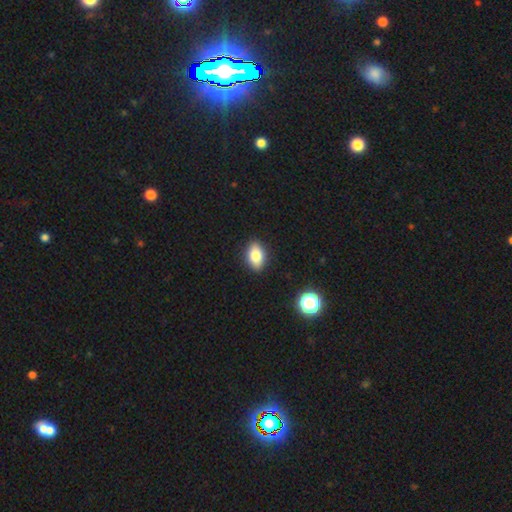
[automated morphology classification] Overall: smooth (80%). How rounded: in between (86%). Merging: none (89%).